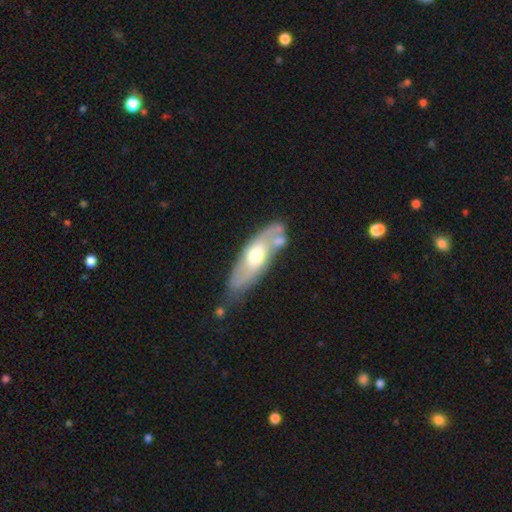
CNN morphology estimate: Smooth or featured? featured or disk (61%)
Edge-on disk? no (74%)
Merging? none (54%)